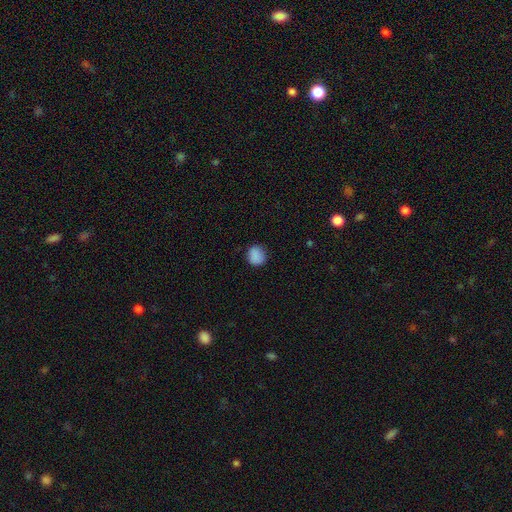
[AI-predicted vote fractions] smooth_or_featured: smooth (p=0.87) [alt: star or artifact p=0.09]
how_rounded: round (p=0.83) [alt: in between p=0.16]
merging: none (p=0.83) [alt: minor disturbance p=0.13]